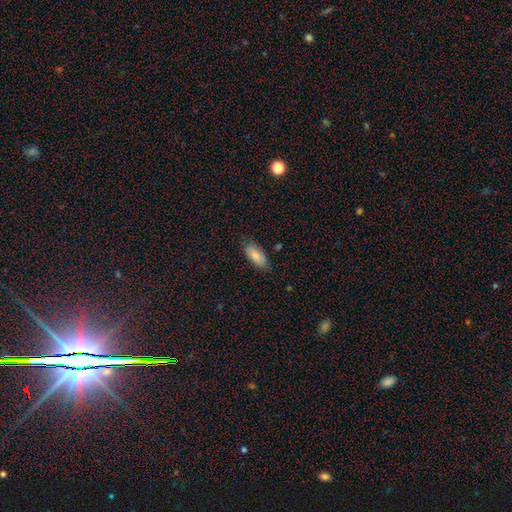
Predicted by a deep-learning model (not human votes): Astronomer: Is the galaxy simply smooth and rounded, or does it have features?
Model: smooth — 83%.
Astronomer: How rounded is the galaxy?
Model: in between — 87%.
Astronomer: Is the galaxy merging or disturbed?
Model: none — 79%.